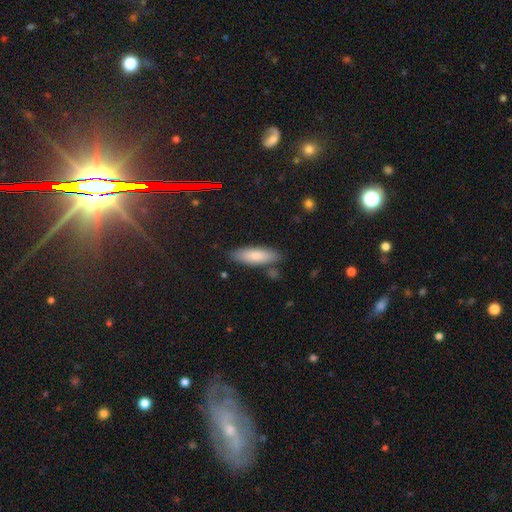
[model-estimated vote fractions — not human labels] The model was most divided on "how rounded": in between: 55%, cigar-shaped: 43%, round: 2%. More confident: merging — none (82%); smooth or featured — smooth (82%).